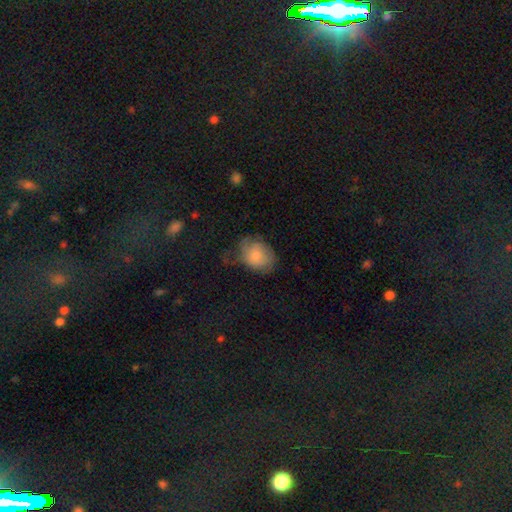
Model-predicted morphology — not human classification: Smooth or featured?
  - smooth: 72% *
  - featured or disk: 21%
  - star or artifact: 7%
How rounded?
  - in between: 56% *
  - round: 43%
  - cigar-shaped: 1%
Merging?
  - none: 44% *
  - minor disturbance: 34%
  - major disturbance: 20%
  - merger: 2%